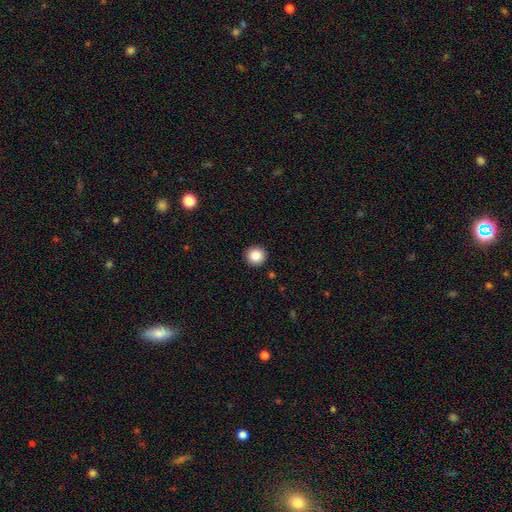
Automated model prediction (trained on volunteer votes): Smooth or featured?
  - smooth: 86% *
  - star or artifact: 9%
  - featured or disk: 4%
How rounded?
  - round: 95% *
  - in between: 4%
  - cigar-shaped: 1%
Merging?
  - none: 93% *
  - minor disturbance: 4%
  - major disturbance: 2%
  - merger: 1%